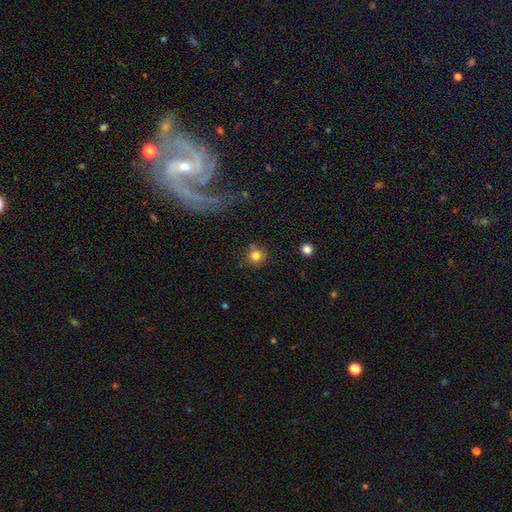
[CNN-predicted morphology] Smooth or featured? smooth (81%)
How rounded? round (91%)
Merging? none (78%)